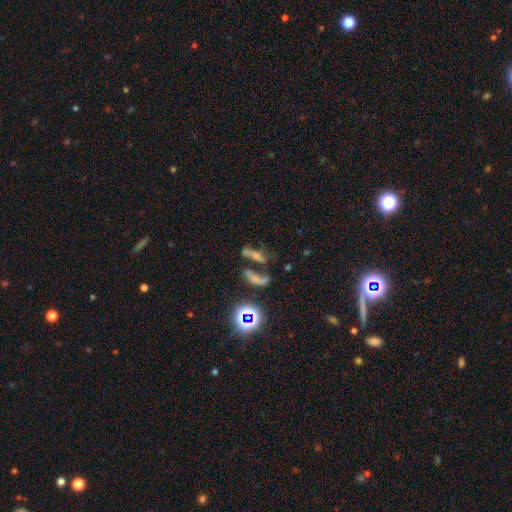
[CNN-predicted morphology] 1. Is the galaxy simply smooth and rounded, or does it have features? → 36% star or artifact, 34% featured or disk, 31% smooth.